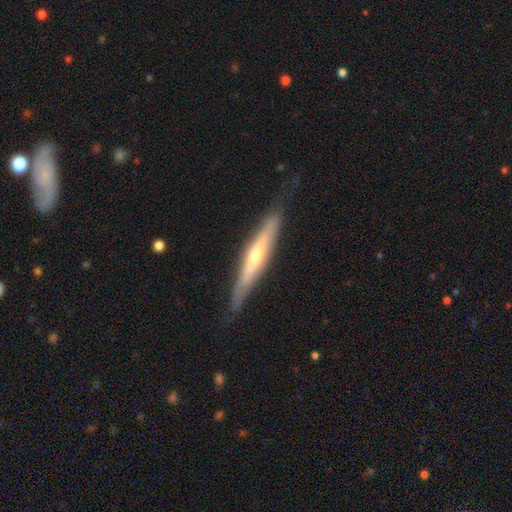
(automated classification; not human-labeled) Smooth or featured? Predicted: featured or disk (p=0.63). Edge-on disk? Predicted: yes (p=0.90). Edge-on bulge? Predicted: rounded (p=0.64). Merging? Predicted: none (p=0.78).